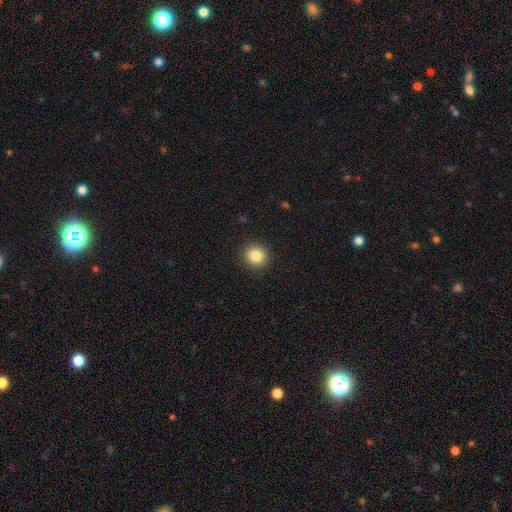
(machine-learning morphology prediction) The model was most divided on "smooth or featured": smooth: 85%, star or artifact: 10%, featured or disk: 5%. More confident: merging — none (92%); how rounded — round (90%).